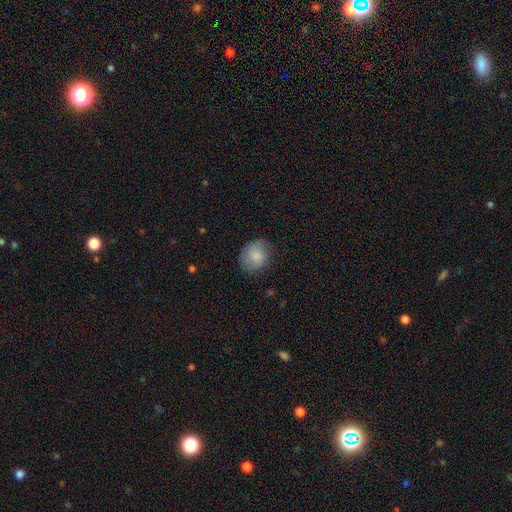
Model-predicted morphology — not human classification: A smooth galaxy with no disk features (73%) that is round (68%). Merging: none (65%).